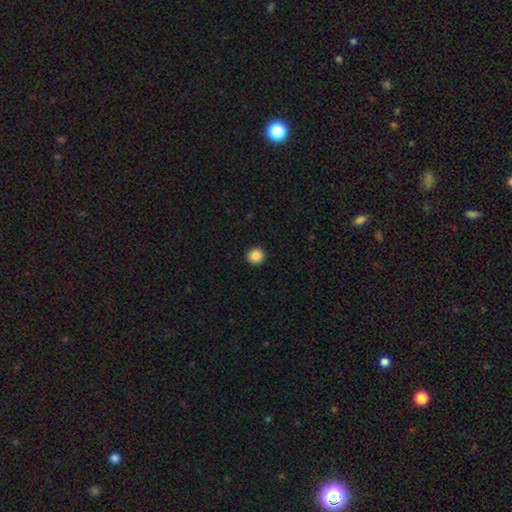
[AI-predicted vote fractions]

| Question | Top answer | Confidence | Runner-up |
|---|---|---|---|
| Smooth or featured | smooth | 87% | star or artifact (10%) |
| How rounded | round | 94% | in between (5%) |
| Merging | none | 94% | minor disturbance (4%) |